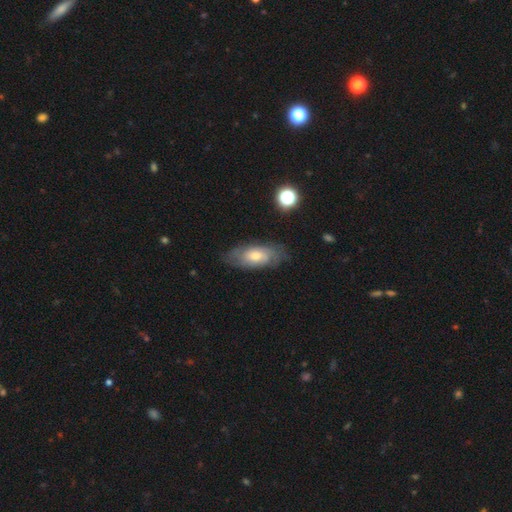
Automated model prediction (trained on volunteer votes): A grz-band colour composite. It shows a featured or disk galaxy (50%). Merging: none (76%).